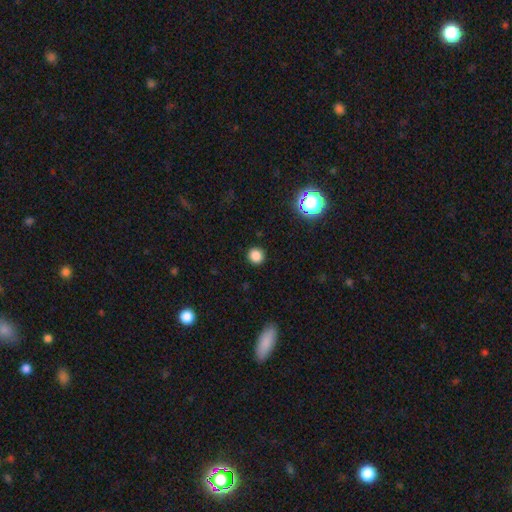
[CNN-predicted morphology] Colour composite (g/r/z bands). It shows a smooth galaxy with no disk features (84%) that is round (92%). Merging: none (92%).